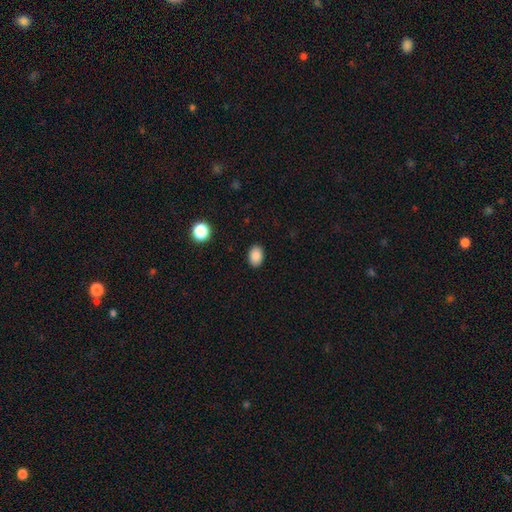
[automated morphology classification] Overall: smooth (87%). How rounded: in between (78%). Merging: none (89%).